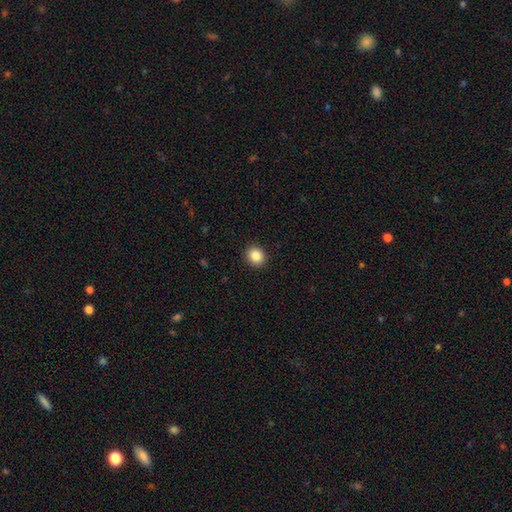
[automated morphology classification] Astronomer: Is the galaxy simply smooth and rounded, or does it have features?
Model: smooth — 86%.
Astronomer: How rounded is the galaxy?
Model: round — 77%.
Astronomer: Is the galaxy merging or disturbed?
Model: none — 92%.